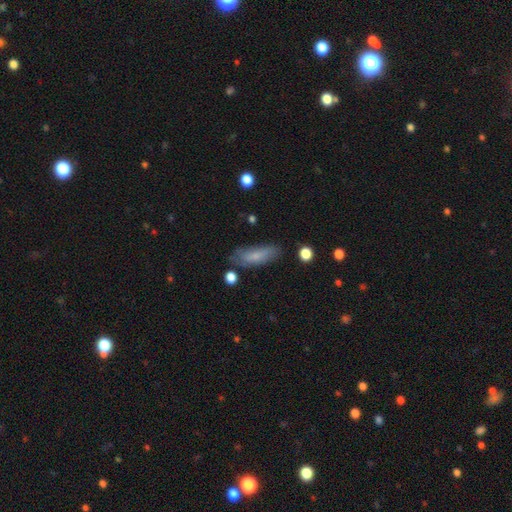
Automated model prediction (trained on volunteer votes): A smooth galaxy with no disk features (75%) that is in between round and cigar-shaped (51%). Merging: none (72%).